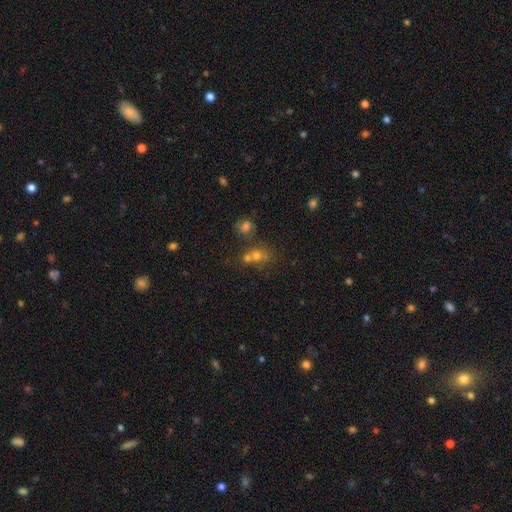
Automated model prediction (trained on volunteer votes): A smooth galaxy with no disk features (65%) that is round (69%).

Vote fractions:
- Smooth or featured? smooth: 65% / star or artifact: 18% / featured or disk: 17%
- How rounded? round: 69% / in between: 29% / cigar-shaped: 2%
- Merging? merger: 51% / none: 35% / minor disturbance: 9% / major disturbance: 5%